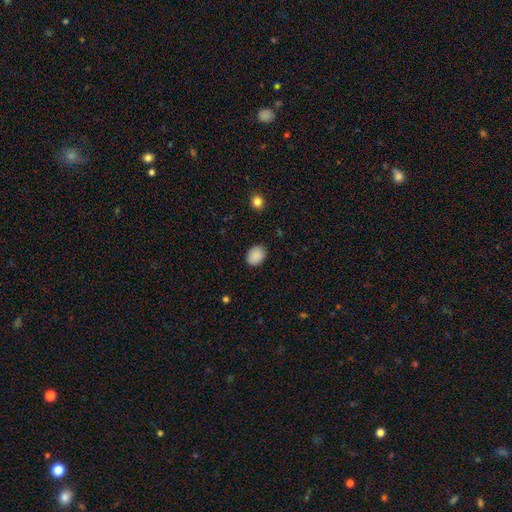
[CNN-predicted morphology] smooth_or_featured: smooth (p=0.89) [alt: star or artifact p=0.08]
how_rounded: in between (p=0.67) [alt: round p=0.32]
merging: none (p=0.87) [alt: minor disturbance p=0.10]